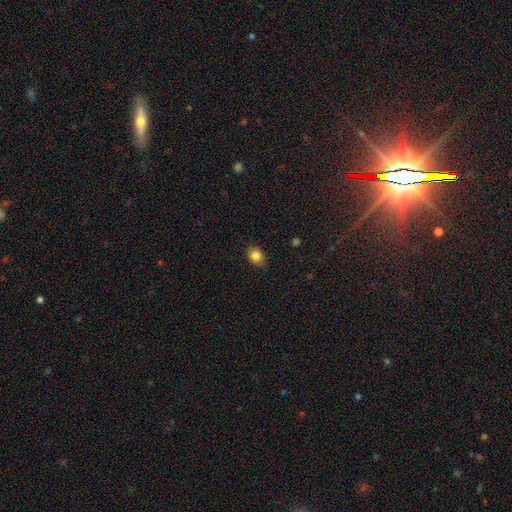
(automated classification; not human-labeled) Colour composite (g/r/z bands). It shows a smooth galaxy with no disk features (84%) that is round (54%). Merging: none (87%).